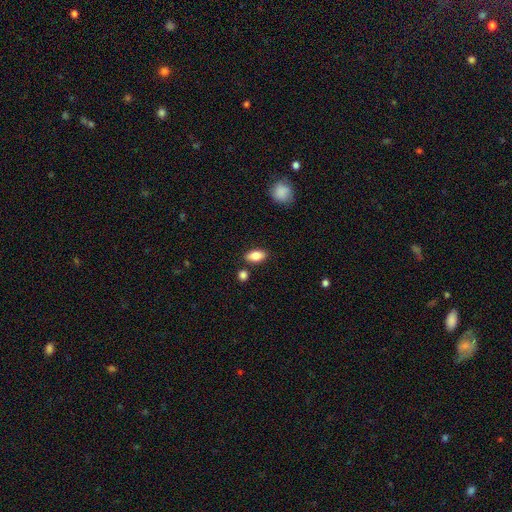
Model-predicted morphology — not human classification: smooth_or_featured: smooth (p=0.81) [alt: featured or disk p=0.11]
how_rounded: in between (p=0.89) [alt: cigar-shaped p=0.07]
merging: none (p=0.83) [alt: minor disturbance p=0.11]